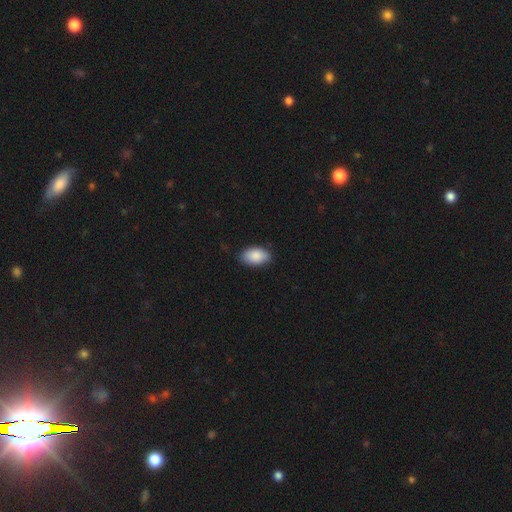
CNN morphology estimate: Q: Smooth or featured?
A: smooth (88%); runner-up: star or artifact (6%)
Q: How rounded?
A: in between (94%); runner-up: round (5%)
Q: Merging?
A: none (84%); runner-up: minor disturbance (13%)